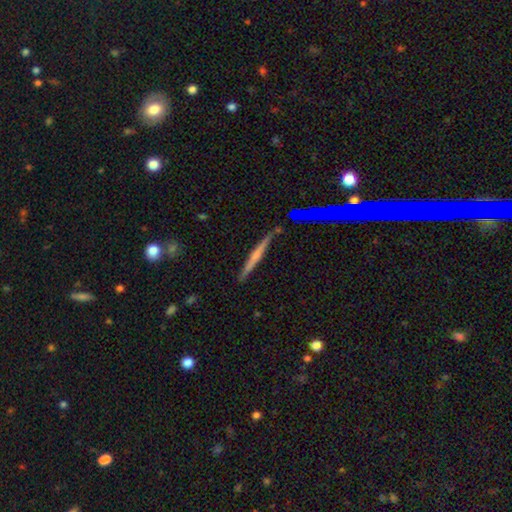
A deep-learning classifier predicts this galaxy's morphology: Q: Smooth or featured?
A: featured or disk (53%); runner-up: smooth (38%)
Q: Edge-on disk?
A: yes (95%); runner-up: no (5%)
Q: Edge-on bulge?
A: none (45%); runner-up: rounded (43%)
Q: Merging?
A: none (82%); runner-up: minor disturbance (12%)